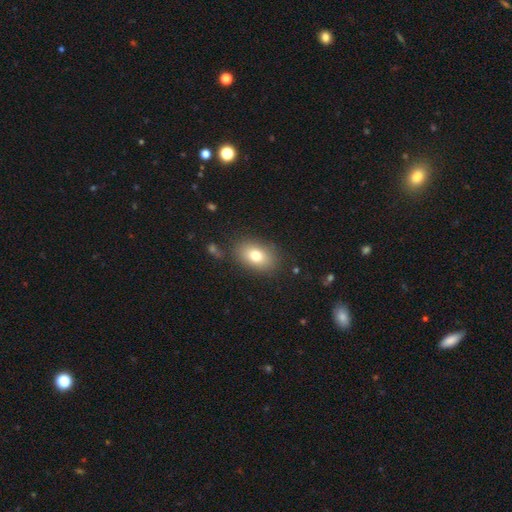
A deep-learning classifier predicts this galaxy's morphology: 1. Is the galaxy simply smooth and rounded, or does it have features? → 78% smooth, 13% featured or disk, 9% star or artifact.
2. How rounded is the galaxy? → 85% in between, 14% round, 1% cigar-shaped.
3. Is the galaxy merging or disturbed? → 83% none, 11% minor disturbance, 4% major disturbance, 2% merger.